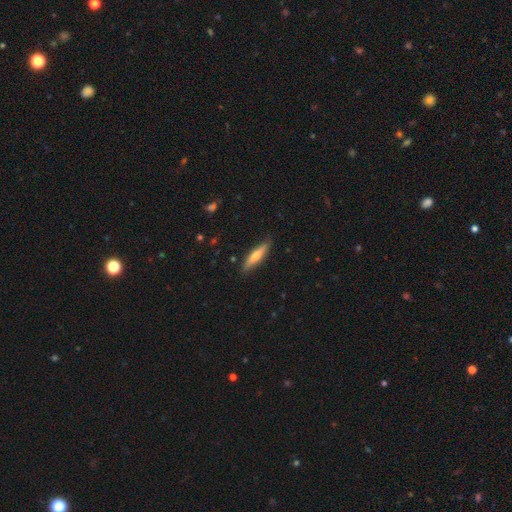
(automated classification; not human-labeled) Smooth or featured? smooth (61%)
How rounded? cigar-shaped (78%)
Merging? none (86%)